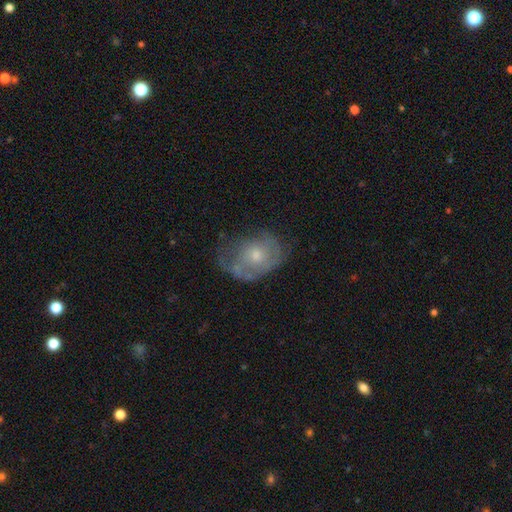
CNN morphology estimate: The model was most divided on "bulge size": moderate: 49%, small: 45%, large: 3%, none: 3%, dominant: 1%. Remaining: edge-on disk — no (96%); bar — no (84%); smooth or featured — featured or disk (54%); spiral arms — yes (53%); merging — none (42%).